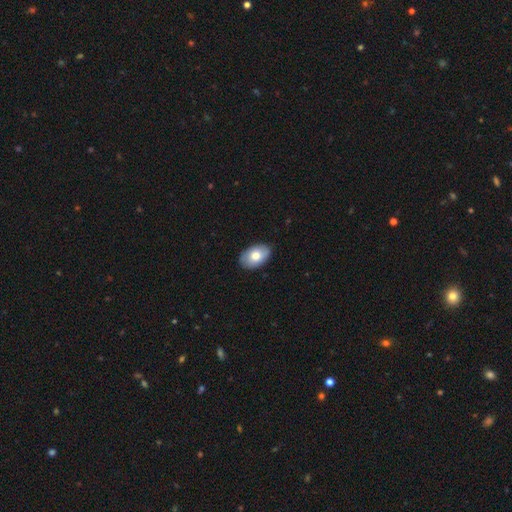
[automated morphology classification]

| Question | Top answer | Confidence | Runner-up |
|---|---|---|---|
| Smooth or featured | smooth | 76% | featured or disk (18%) |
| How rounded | in between | 91% | round (8%) |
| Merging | none | 86% | minor disturbance (11%) |